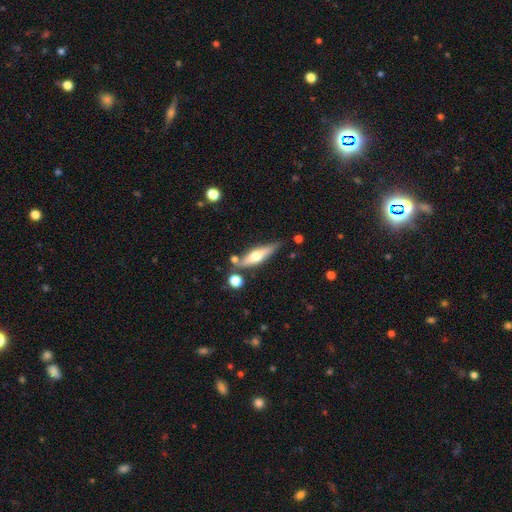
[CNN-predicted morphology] Q: Smooth or featured?
A: featured or disk (55%); runner-up: smooth (39%)
Q: Edge-on disk?
A: yes (92%); runner-up: no (8%)
Q: Merging?
A: none (72%); runner-up: minor disturbance (15%)